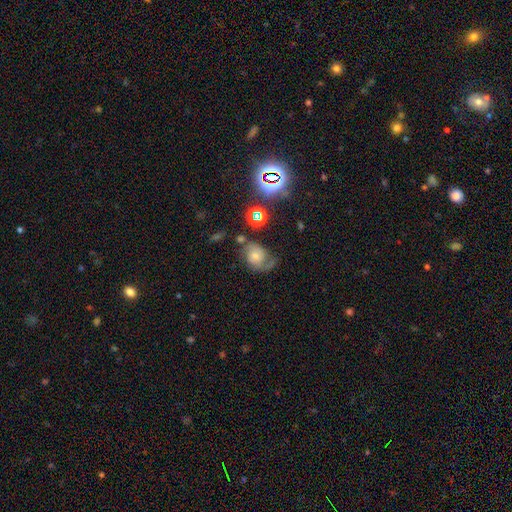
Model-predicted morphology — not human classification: Smooth or featured: featured or disk — 56% (smooth — 28%)
Edge-on disk: no — 97% (yes — 3%)
Bar: no — 75% (weak — 20%)
Spiral arms: yes — 86% (no — 14%)
Bulge size: small — 45% (moderate — 39%)
Merging: none — 40% (major disturbance — 26%)